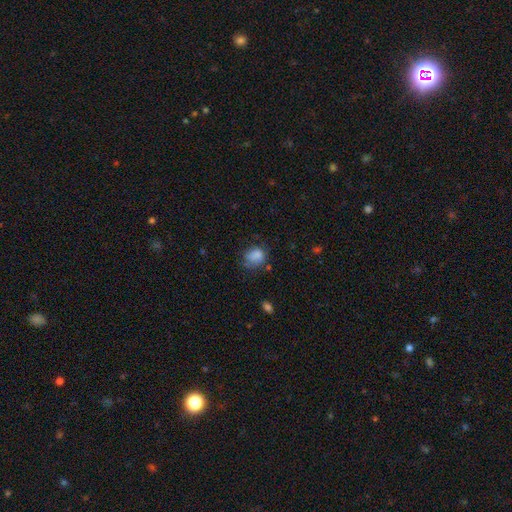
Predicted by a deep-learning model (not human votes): The model was most divided on "how rounded": round: 55%, in between: 44%, cigar-shaped: 1%. More confident: smooth or featured — smooth (80%); merging — none (51%).